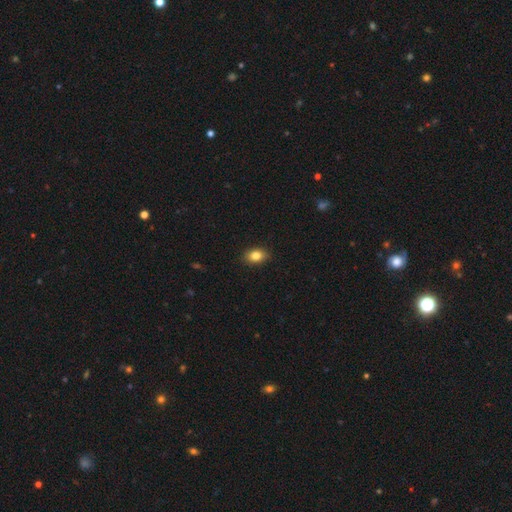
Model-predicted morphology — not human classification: Overall: smooth (85%). How rounded: in between (76%). Merging: none (88%).